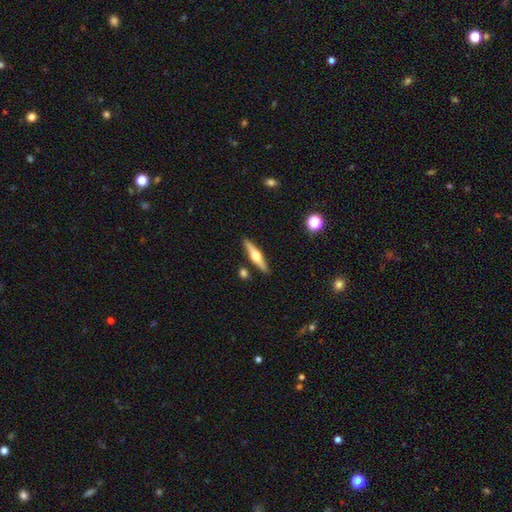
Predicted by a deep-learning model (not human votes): This appears to be a featured or disk galaxy (65%) viewed edge-on (97%) with a rounded central bulge (94%). Merging: none (87%).